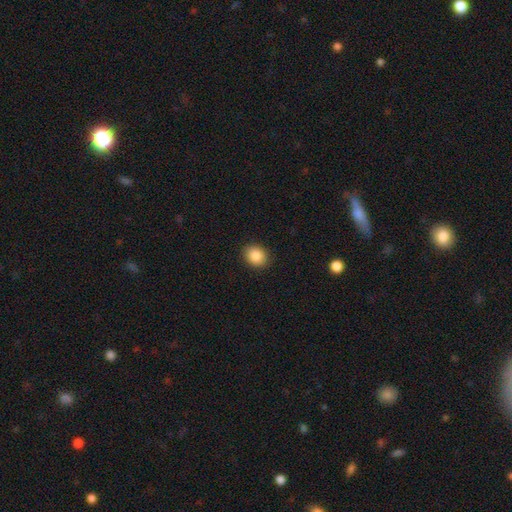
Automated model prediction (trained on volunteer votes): smooth 88%, star or artifact 8%, featured or disk 4%. Down the decision tree: how rounded — round (56%); merging — none (90%).